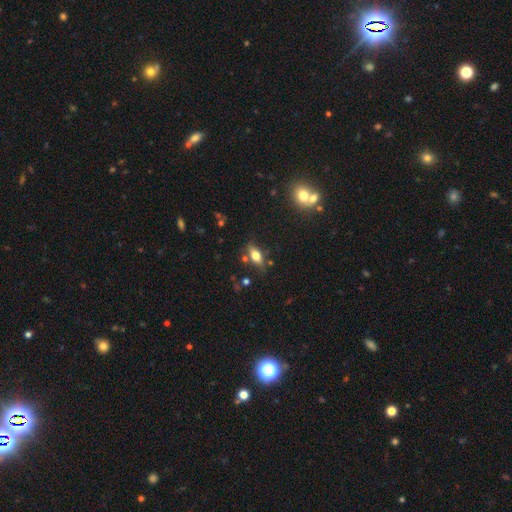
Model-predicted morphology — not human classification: This is likely a smooth galaxy (61%). How rounded: likely in between (78%). Merging: likely none (75%).